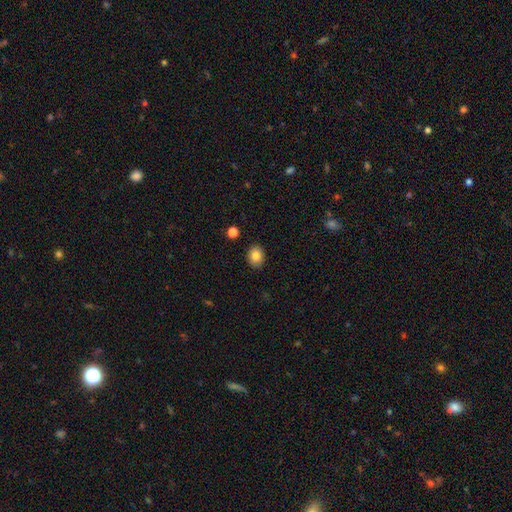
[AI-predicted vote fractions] Smooth or featured: smooth — 84% (star or artifact — 9%)
How rounded: round — 51% (in between — 48%)
Merging: none — 90% (minor disturbance — 7%)